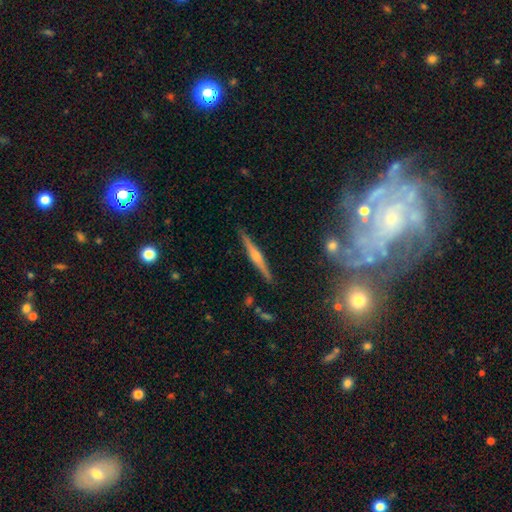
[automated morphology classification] type=featured or disk (77%); edge-on=yes (98%); edge-on bulge=rounded (86%); merging=none (90%).